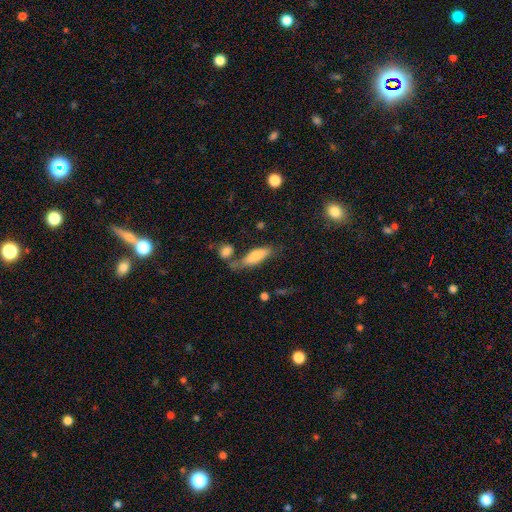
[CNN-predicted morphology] smooth-or-featured: smooth: 75% | featured or disk: 18% | star or artifact: 7%
  how-rounded: in between: 57% | cigar-shaped: 40% | round: 3%
  merging: none: 49% | merger: 21% | minor disturbance: 20% | major disturbance: 10%